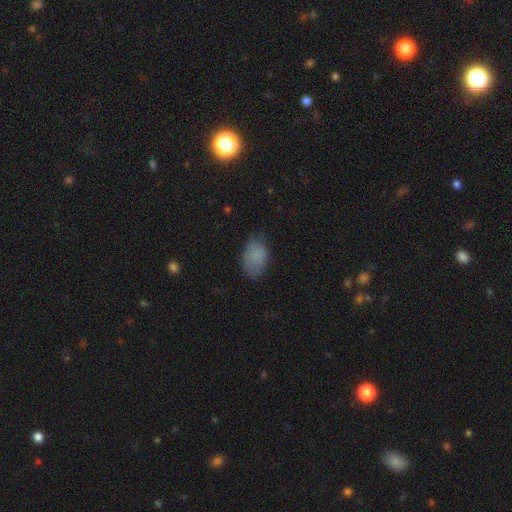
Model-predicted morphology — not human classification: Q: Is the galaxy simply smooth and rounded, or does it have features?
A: smooth — 83%.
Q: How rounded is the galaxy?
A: in between — 90%.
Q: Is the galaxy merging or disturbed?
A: none — 66%.